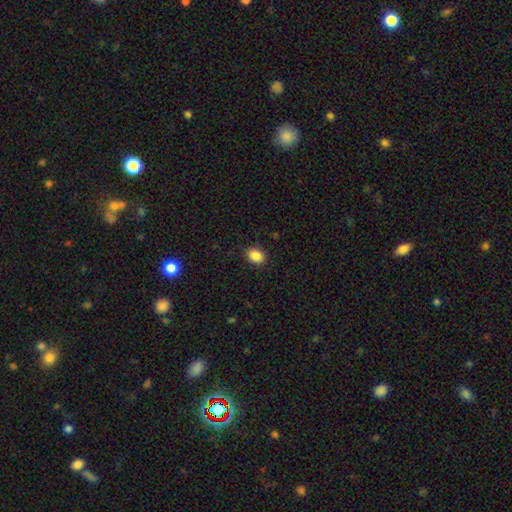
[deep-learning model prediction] A smooth galaxy with no disk features (88%) that is in between round and cigar-shaped (72%). Merging: none (89%).